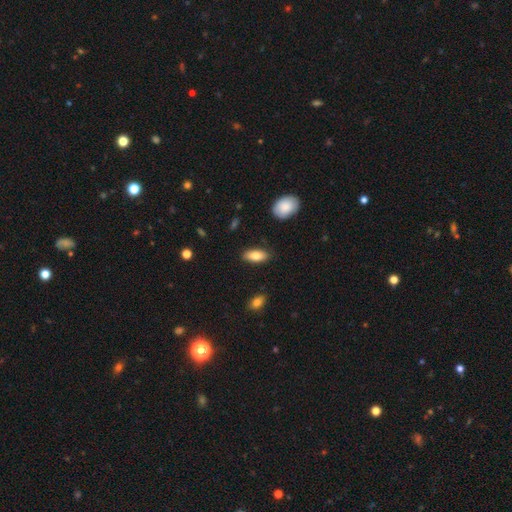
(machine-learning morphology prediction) A smooth galaxy with no disk features (81%) that is in between round and cigar-shaped (85%). Merging: none (87%).